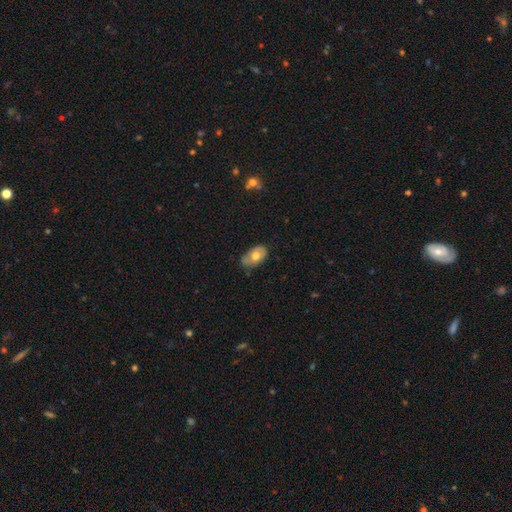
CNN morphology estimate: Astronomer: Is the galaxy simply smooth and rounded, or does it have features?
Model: smooth — 58% (runner-up: featured or disk, 35%).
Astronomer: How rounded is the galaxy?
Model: in between — 90%.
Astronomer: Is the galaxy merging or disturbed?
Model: none — 70%.